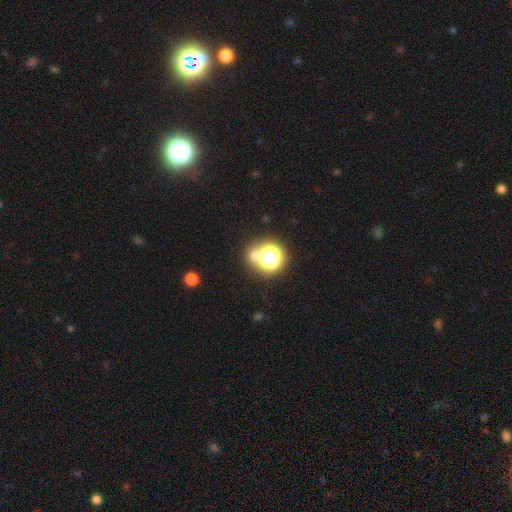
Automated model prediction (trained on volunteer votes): Smooth or featured? smooth (48%)
Merging? none (64%)